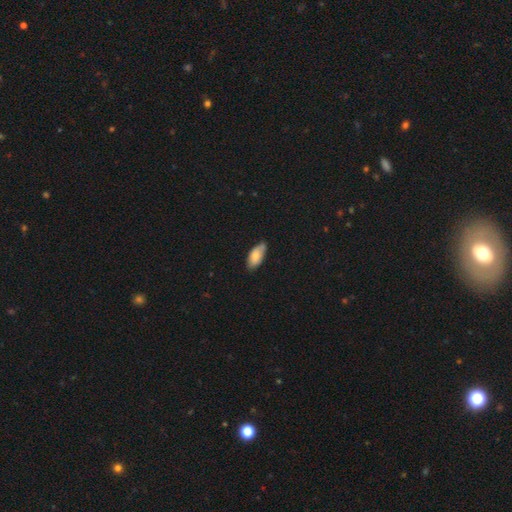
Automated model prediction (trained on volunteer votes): Smooth or featured: smooth — 78% (featured or disk — 16%)
How rounded: in between — 90% (cigar-shaped — 8%)
Merging: none — 69% (minor disturbance — 26%)